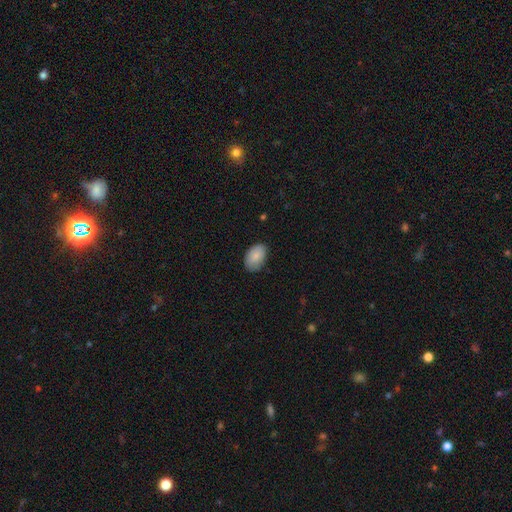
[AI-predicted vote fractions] smooth_or_featured: smooth (p=0.86) [alt: featured or disk p=0.08]
how_rounded: in between (p=0.90) [alt: round p=0.09]
merging: none (p=0.79) [alt: minor disturbance p=0.17]